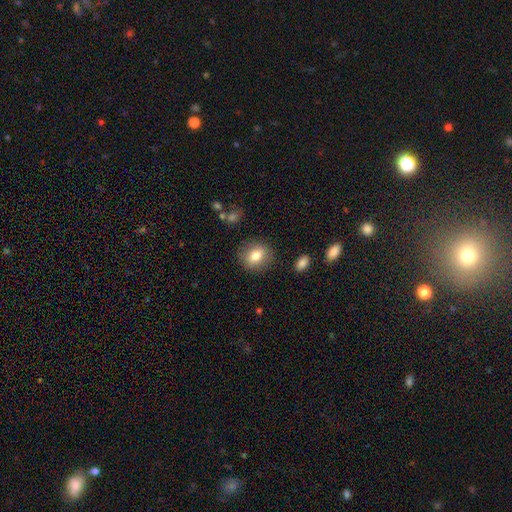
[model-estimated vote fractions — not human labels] This is likely a smooth galaxy (77%). How rounded: likely round (62%). Merging: clearly none (86%).